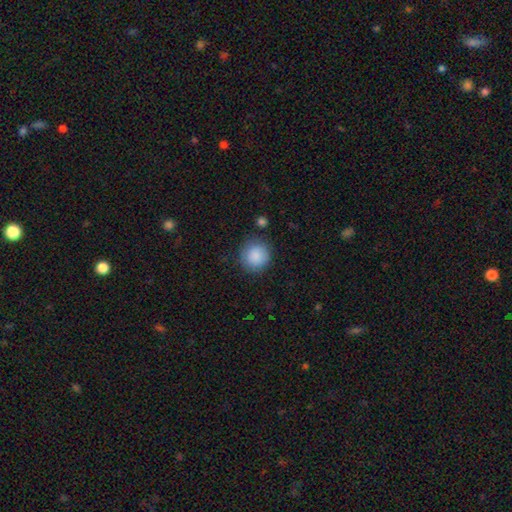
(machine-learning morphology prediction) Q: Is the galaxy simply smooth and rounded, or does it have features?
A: smooth — 88%.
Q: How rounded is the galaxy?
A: round — 91%.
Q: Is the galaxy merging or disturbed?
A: none — 83%.